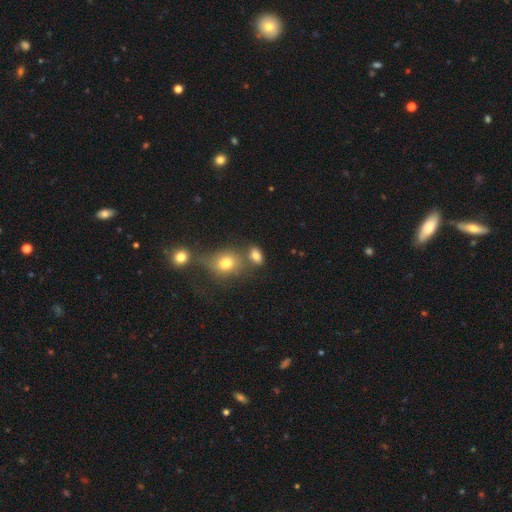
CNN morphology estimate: smooth 77%, star or artifact 14%, featured or disk 10%. Down the decision tree: how rounded — in between (79%); merging — none (59%).